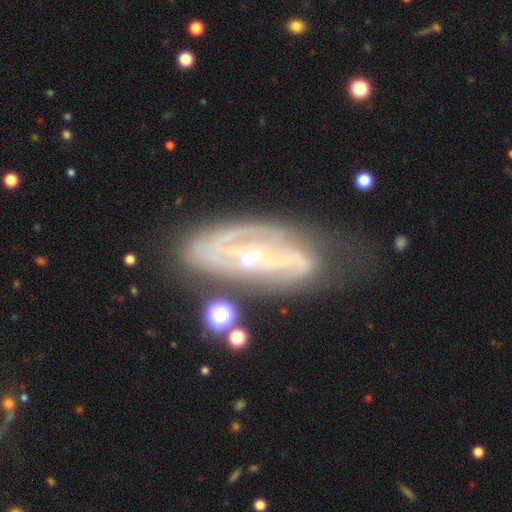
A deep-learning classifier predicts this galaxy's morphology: A featured or disk galaxy (82%) with no bar (40%), 2 (49%) tight (53%) spiral arms (77%) and a small central bulge (70%).

Vote fractions:
- Smooth or featured? featured or disk: 82% / smooth: 12% / star or artifact: 7%
- Edge-on disk? no: 87% / yes: 13%
- Bar? no: 40% / strong: 31% / weak: 29%
- Spiral arms? yes: 77% / no: 23%
- Spiral winding? tight: 53% / medium: 33% / loose: 14%
- Spiral arm count? 2: 49% / can't tell: 34% / 3: 6% / 1: 6% / 4: 3% / more than 4: 3%
- Bulge size? small: 70% / moderate: 26% / none: 2% / large: 1% / dominant: 1%
- Merging? none: 59% / minor disturbance: 24% / major disturbance: 13% / merger: 4%